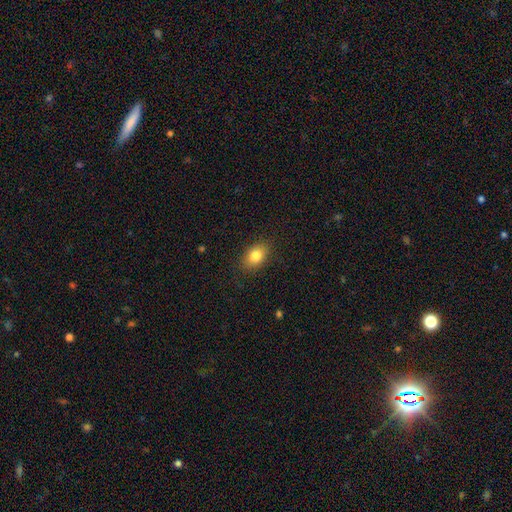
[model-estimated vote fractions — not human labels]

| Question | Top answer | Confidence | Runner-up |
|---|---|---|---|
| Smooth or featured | smooth | 82% | star or artifact (9%) |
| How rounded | in between | 78% | round (20%) |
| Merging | none | 87% | minor disturbance (10%) |